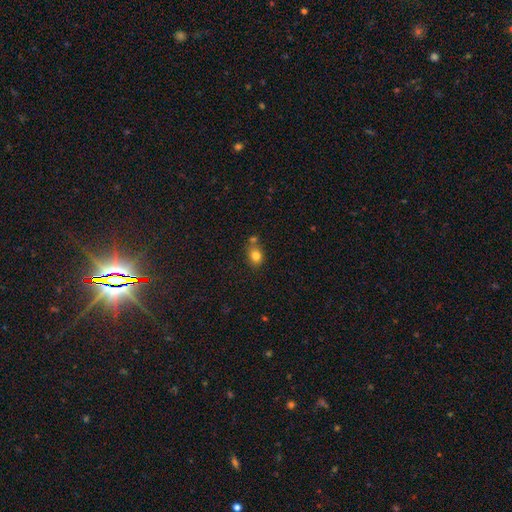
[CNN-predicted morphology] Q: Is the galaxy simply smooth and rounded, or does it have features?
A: smooth — 80%.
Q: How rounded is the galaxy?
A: round — 55%.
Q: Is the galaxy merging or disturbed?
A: none — 60%.